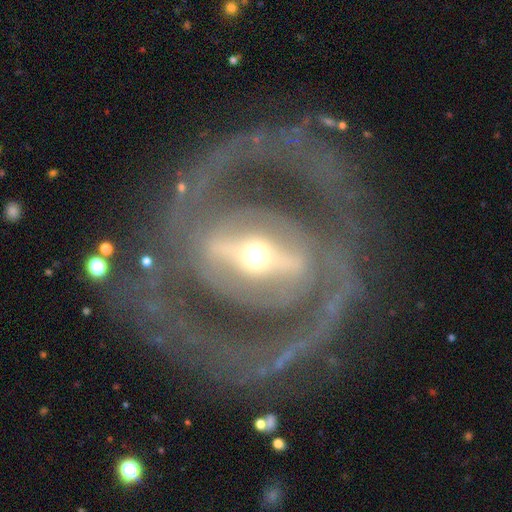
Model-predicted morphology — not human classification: smooth_or_featured: featured or disk (p=0.88) [alt: smooth p=0.07]
disk_edge_on: no (p=0.93) [alt: yes p=0.07]
bar: strong (p=0.70) [alt: weak p=0.19]
has_spiral_arms: yes (p=0.80) [alt: no p=0.20]
spiral_winding: tight (p=0.44) [alt: medium p=0.38]
spiral_arm_count: 2 (p=0.67) [alt: can't tell p=0.15]
bulge_size: moderate (p=0.57) [alt: small p=0.33]
merging: none (p=0.70) [alt: major disturbance p=0.14]